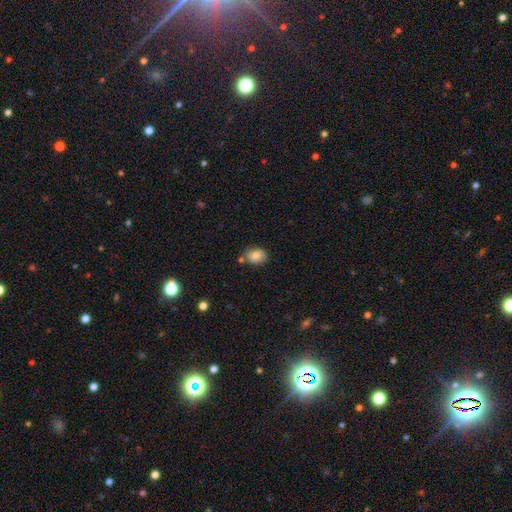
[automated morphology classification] Smooth or featured? smooth (82%)
How rounded? in between (62%)
Merging? none (74%)